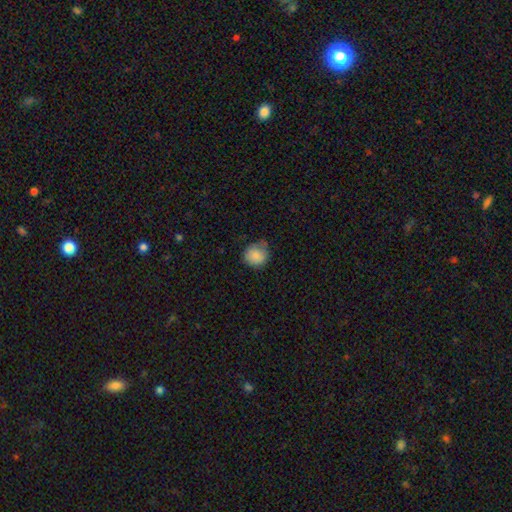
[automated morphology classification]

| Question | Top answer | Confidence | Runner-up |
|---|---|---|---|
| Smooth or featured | smooth | 87% | star or artifact (8%) |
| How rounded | round | 87% | in between (12%) |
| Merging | none | 64% | minor disturbance (28%) |